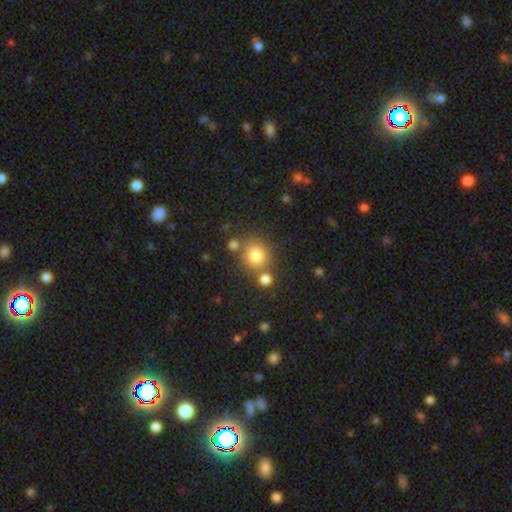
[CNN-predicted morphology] smooth_or_featured: smooth (p=0.79) [alt: star or artifact p=0.12]
how_rounded: round (p=0.87) [alt: in between p=0.12]
merging: none (p=0.69) [alt: merger p=0.17]